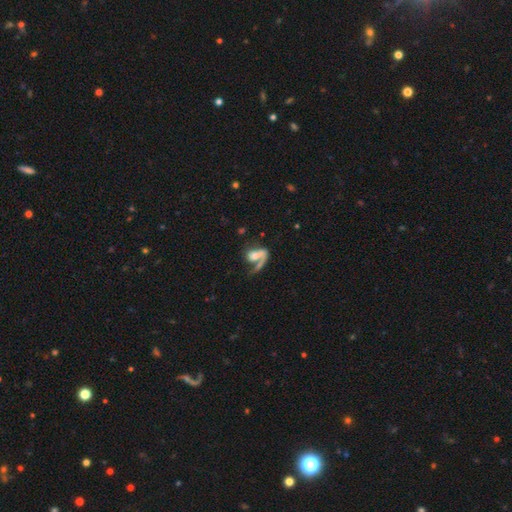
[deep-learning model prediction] featured or disk 58%, smooth 33%, star or artifact 9%. Down the decision tree: edge-on disk — no (95%); bar — no (65%); spiral arms — yes (71%); bulge size — moderate (41%); merging — major disturbance (35%).